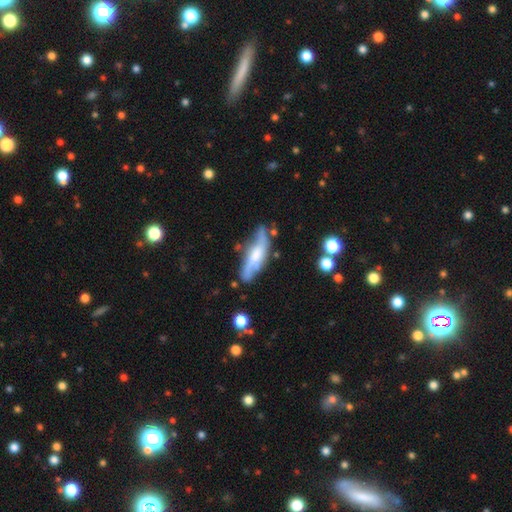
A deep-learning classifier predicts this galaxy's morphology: Overall: featured or disk (58%; smooth 35%). Edge-on disk: no (57%; yes 43%). Merging: none (59%; minor disturbance 26%).